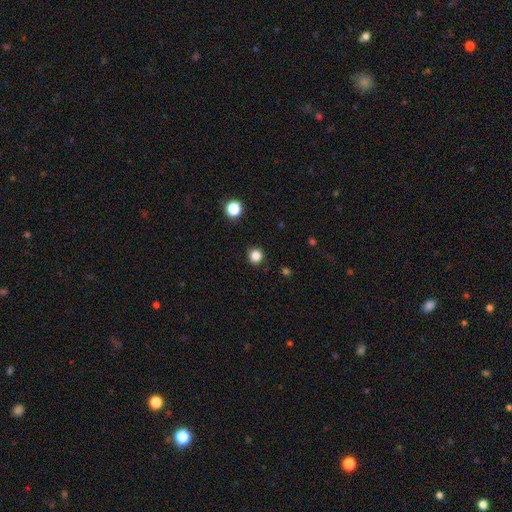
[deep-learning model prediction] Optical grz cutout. It shows a smooth galaxy with no disk features (84%) that is round (94%). Merging: none (92%).